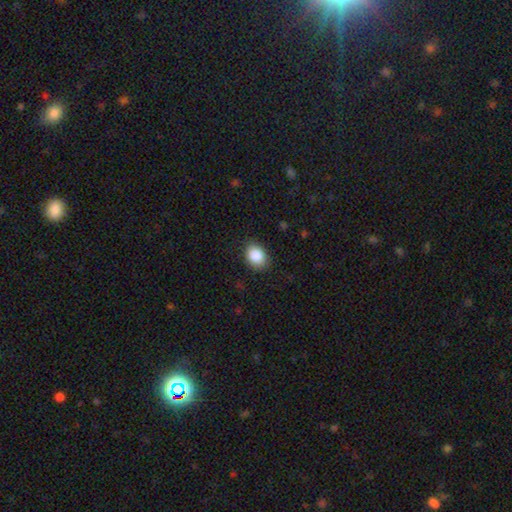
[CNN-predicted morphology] The model was most divided on "how rounded": in between: 59%, round: 40%, cigar-shaped: 1%. More confident: smooth or featured — smooth (86%); merging — none (85%).